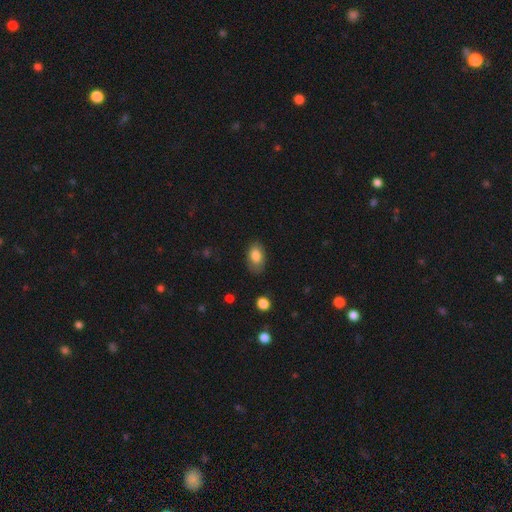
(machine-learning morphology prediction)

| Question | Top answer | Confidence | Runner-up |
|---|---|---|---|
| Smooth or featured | smooth | 82% | featured or disk (11%) |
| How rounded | in between | 92% | round (7%) |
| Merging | none | 77% | minor disturbance (17%) |